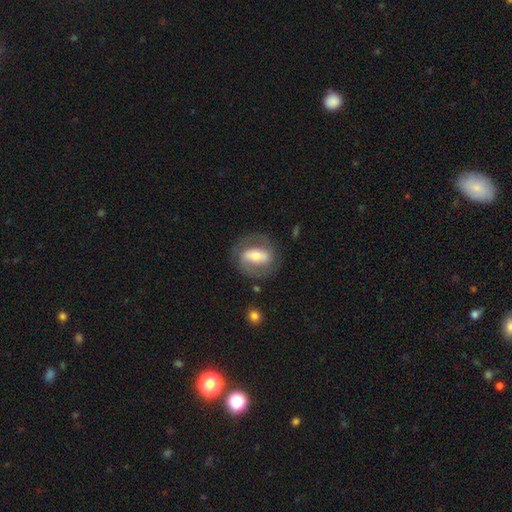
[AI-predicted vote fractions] smooth_or_featured: featured or disk (p=0.61) [alt: smooth p=0.33]
disk_edge_on: no (p=0.92) [alt: yes p=0.08]
bar: strong (p=0.48) [alt: weak p=0.29]
has_spiral_arms: yes (p=0.62) [alt: no p=0.38]
bulge_size: moderate (p=0.58) [alt: small p=0.26]
merging: none (p=0.73) [alt: minor disturbance p=0.15]